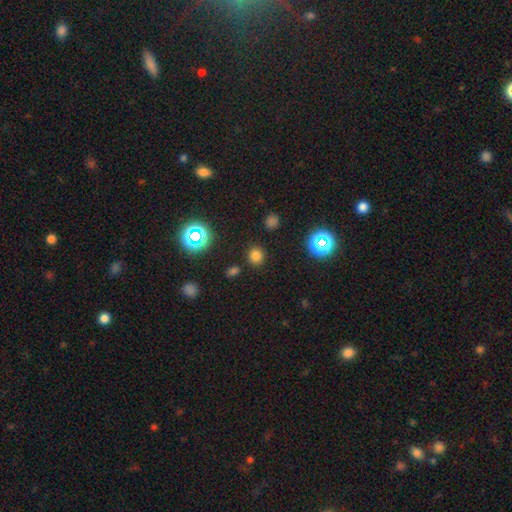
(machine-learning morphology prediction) This is likely a smooth galaxy (73%). How rounded: clearly round (87%). Merging: clearly none (88%).